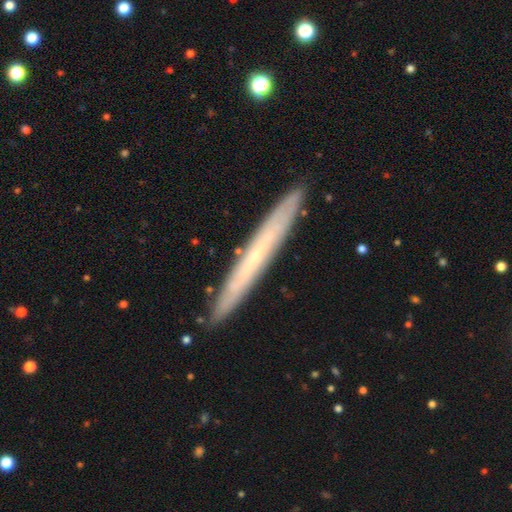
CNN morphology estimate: Smooth or featured? featured or disk (60%)
Edge-on disk? yes (87%)
Edge-on bulge? none (82%)
Merging? none (89%)